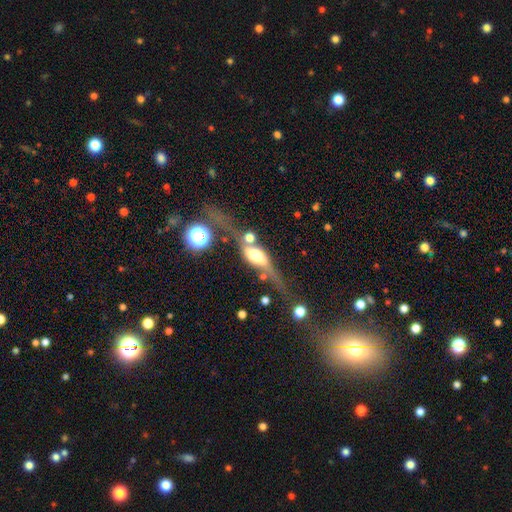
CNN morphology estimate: Overall: featured or disk (69%). Edge-on disk: yes (82%). Edge-on bulge: rounded (89%). Merging: none (50%; minor disturbance 19%).